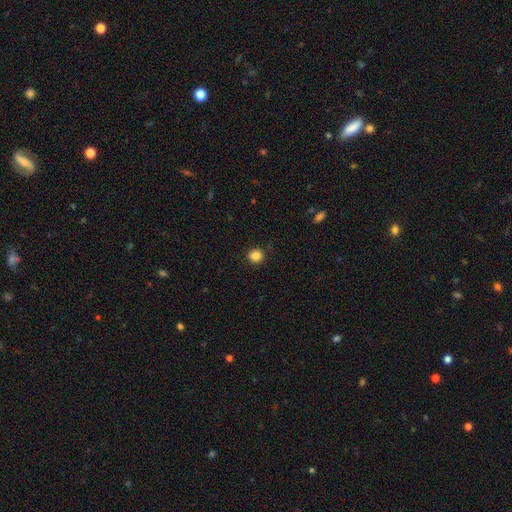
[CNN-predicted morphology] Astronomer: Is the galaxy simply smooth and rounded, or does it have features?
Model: smooth — 85%.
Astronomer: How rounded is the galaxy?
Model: round — 91%.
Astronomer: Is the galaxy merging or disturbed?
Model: none — 90%.